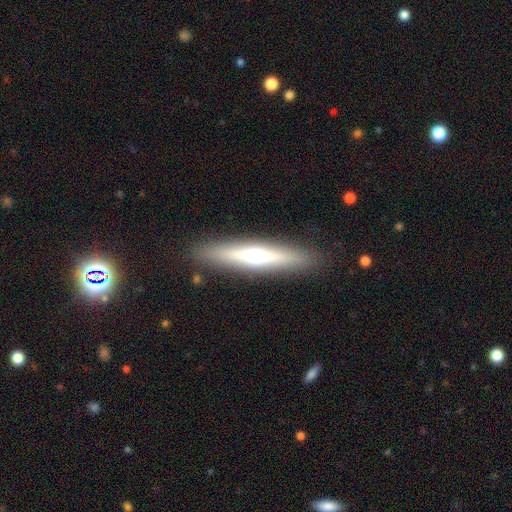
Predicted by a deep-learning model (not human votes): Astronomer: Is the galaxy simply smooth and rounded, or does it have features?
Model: featured or disk — 53% (runner-up: smooth, 39%).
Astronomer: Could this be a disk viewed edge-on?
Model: yes — 90%.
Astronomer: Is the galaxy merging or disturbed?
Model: none — 89%.